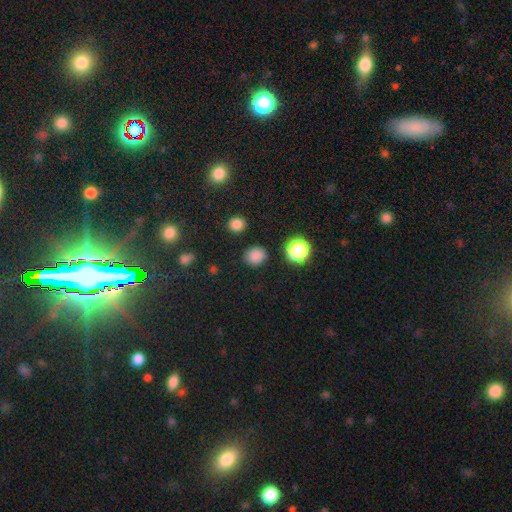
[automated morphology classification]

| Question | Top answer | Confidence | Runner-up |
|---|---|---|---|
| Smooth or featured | smooth | 82% | star or artifact (14%) |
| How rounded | round | 75% | in between (24%) |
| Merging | none | 87% | minor disturbance (8%) |